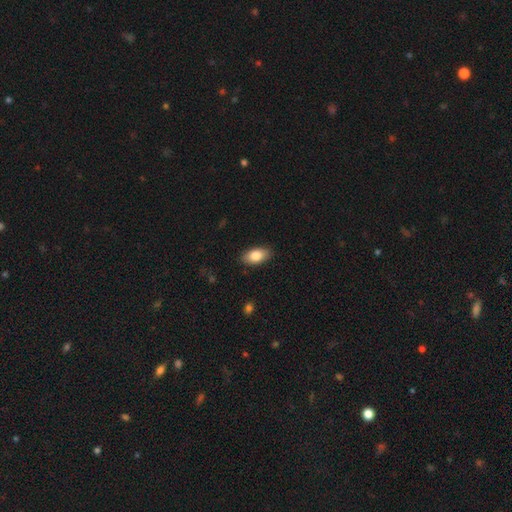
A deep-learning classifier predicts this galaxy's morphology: The model was most divided on "smooth or featured": smooth: 84%, featured or disk: 9%, star or artifact: 7%. More confident: how rounded — in between (93%); merging — none (88%).